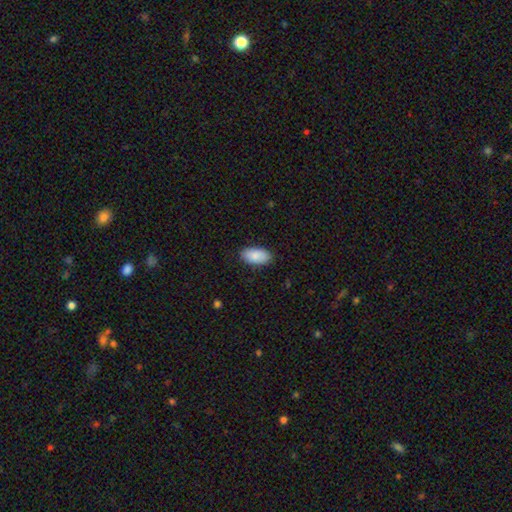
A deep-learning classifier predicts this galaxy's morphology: Q: Smooth or featured?
A: smooth (89%); runner-up: star or artifact (6%)
Q: How rounded?
A: in between (95%); runner-up: round (3%)
Q: Merging?
A: none (86%); runner-up: minor disturbance (10%)